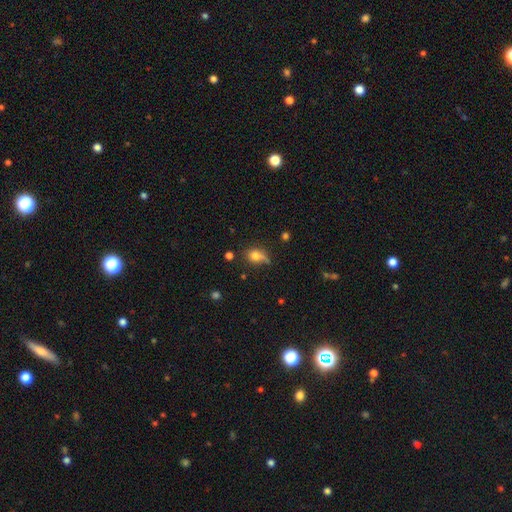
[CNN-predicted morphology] A smooth galaxy with no disk features (72%) that is round (50%). Merging: none (44%).